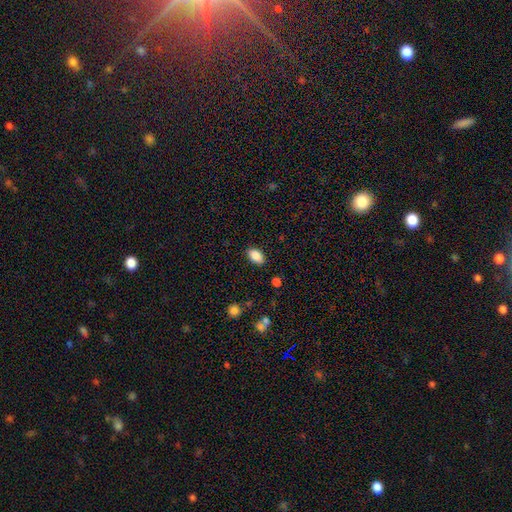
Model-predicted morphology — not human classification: Overall: smooth (88%). How rounded: in between (92%). Merging: none (87%).